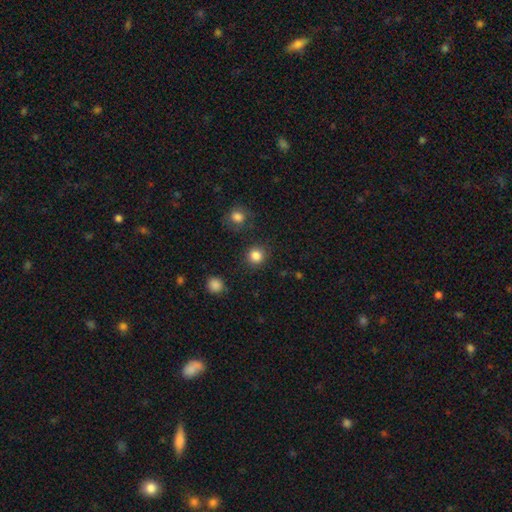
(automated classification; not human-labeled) smooth-or-featured: smooth: 84% | star or artifact: 12% | featured or disk: 4%
  how-rounded: round: 92% | in between: 7% | cigar-shaped: 1%
  merging: none: 88% | minor disturbance: 6% | major disturbance: 3% | merger: 3%